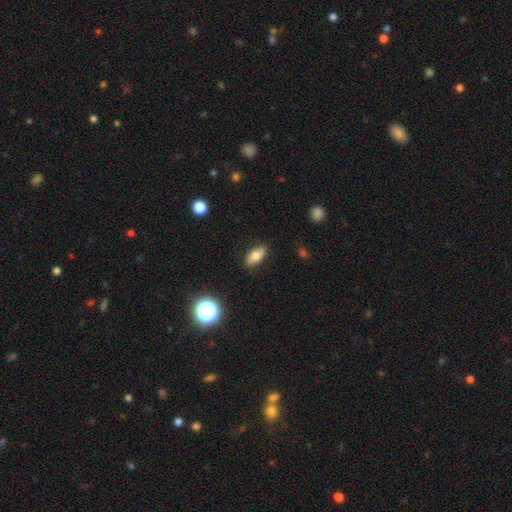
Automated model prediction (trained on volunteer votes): This is likely a smooth galaxy (73%). How rounded: clearly in between (87%). Merging: clearly none (83%).